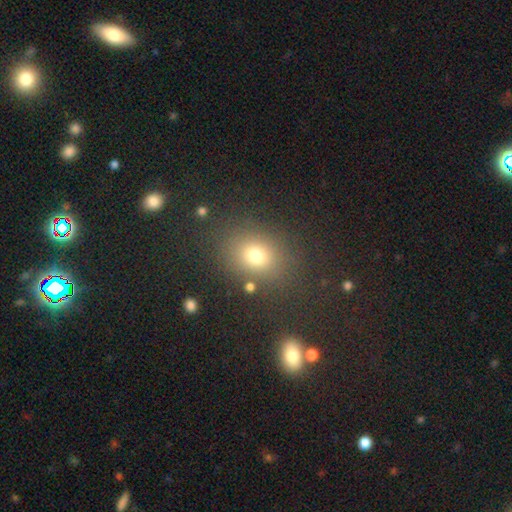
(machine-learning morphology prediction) A smooth galaxy with no disk features (73%) that is round (55%).

Vote fractions:
- Smooth or featured? smooth: 73% / star or artifact: 18% / featured or disk: 9%
- How rounded? round: 55% / in between: 44% / cigar-shaped: 1%
- Merging? none: 82% / minor disturbance: 10% / major disturbance: 5% / merger: 3%